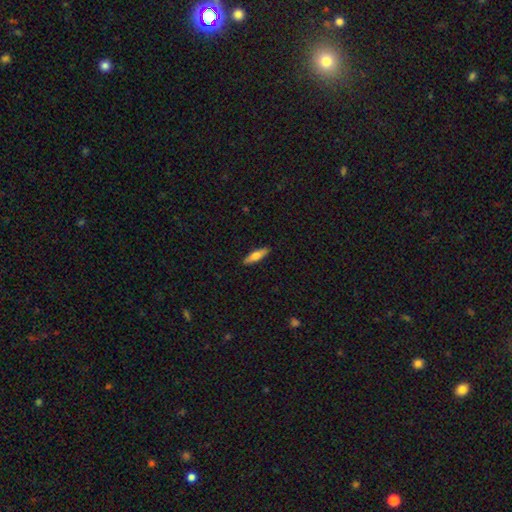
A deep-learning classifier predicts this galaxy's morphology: type=smooth (69%); roundness=cigar-shaped (65%); merging=none (90%).